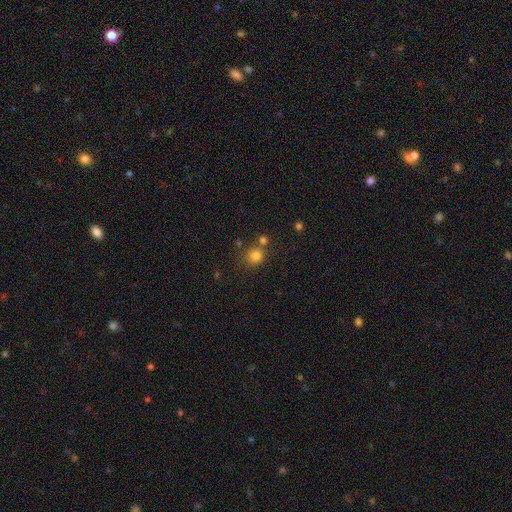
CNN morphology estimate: This is clearly a smooth galaxy (80%). How rounded: clearly round (84%). Merging: likely none (63%).